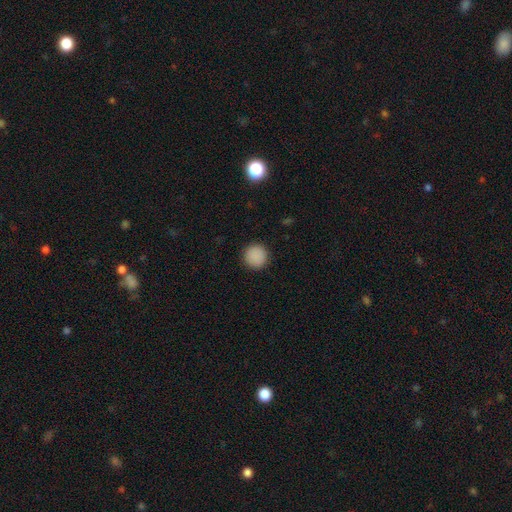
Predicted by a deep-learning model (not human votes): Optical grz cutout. It shows a smooth galaxy with no disk features (89%) that is round (95%). Merging: none (92%).